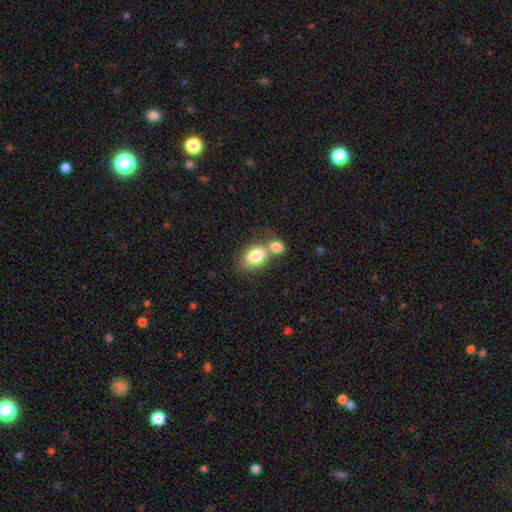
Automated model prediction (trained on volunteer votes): This appears to be a smooth galaxy with no disk features (81%) that is in between round and cigar-shaped (78%). Merging: merger (55%).